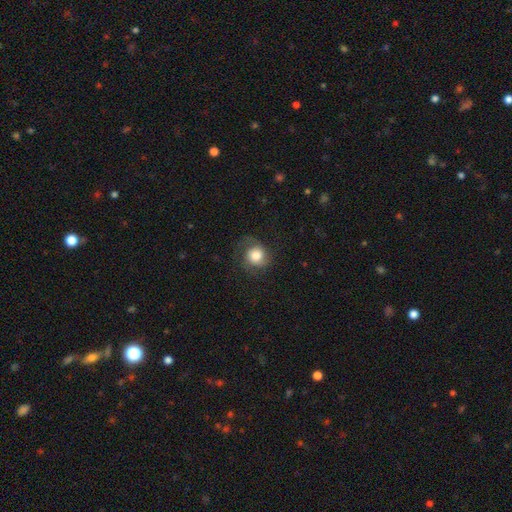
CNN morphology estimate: type=smooth (55%); roundness=round (82%); merging=none (65%).